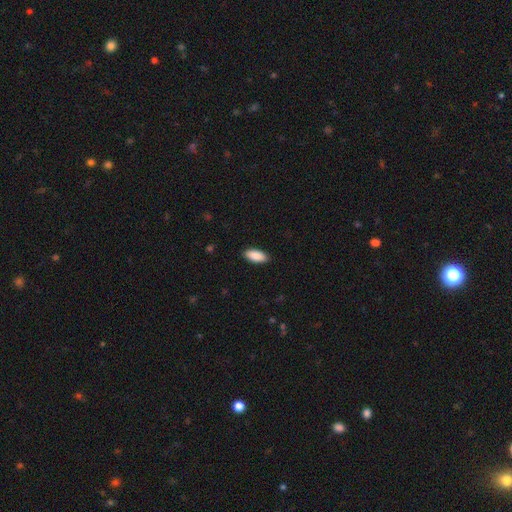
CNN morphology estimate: Q: Smooth or featured?
A: smooth (89%); runner-up: star or artifact (6%)
Q: How rounded?
A: in between (88%); runner-up: cigar-shaped (10%)
Q: Merging?
A: none (90%); runner-up: minor disturbance (8%)